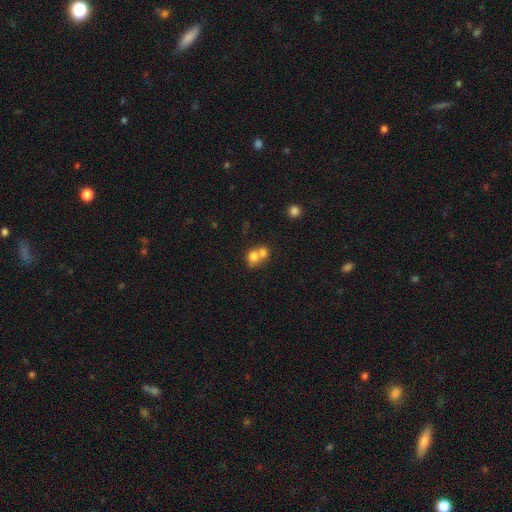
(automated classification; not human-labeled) A smooth galaxy with no disk features (73%) that is round (71%). Merging: merger (67%).